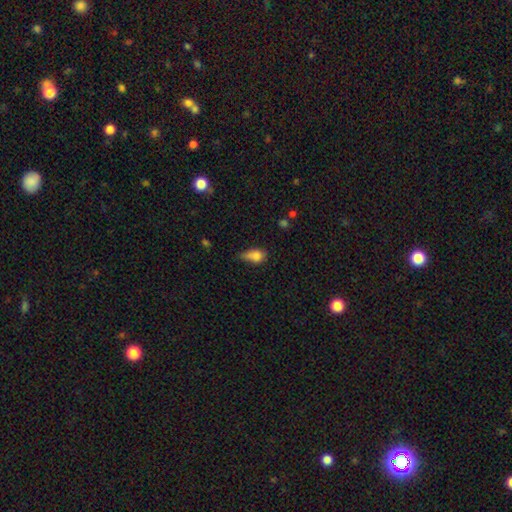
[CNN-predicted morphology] Smooth or featured?
  - smooth: 77% *
  - featured or disk: 12%
  - star or artifact: 10%
How rounded?
  - in between: 75% *
  - round: 17%
  - cigar-shaped: 7%
Merging?
  - minor disturbance: 46% *
  - none: 29%
  - major disturbance: 21%
  - merger: 4%